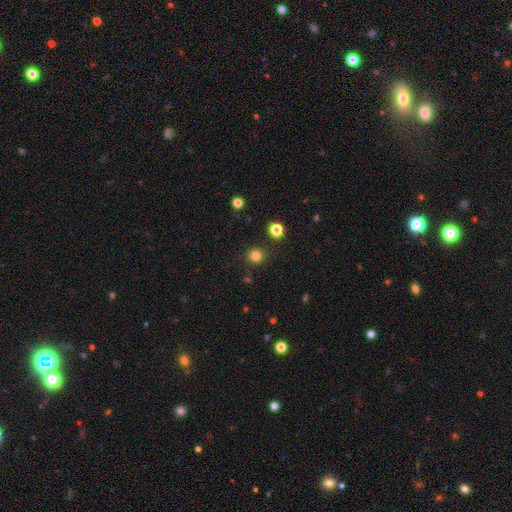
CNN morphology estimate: Q: Smooth or featured?
A: smooth (81%); runner-up: star or artifact (15%)
Q: How rounded?
A: round (92%); runner-up: in between (7%)
Q: Merging?
A: none (88%); runner-up: minor disturbance (7%)